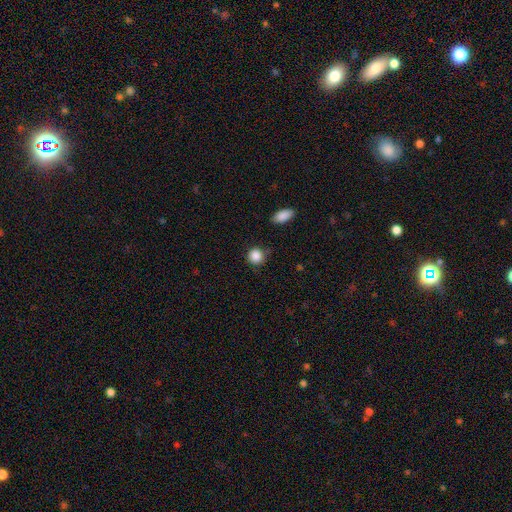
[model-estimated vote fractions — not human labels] This is clearly a smooth galaxy (88%). How rounded: clearly round (90%). Merging: clearly none (83%).